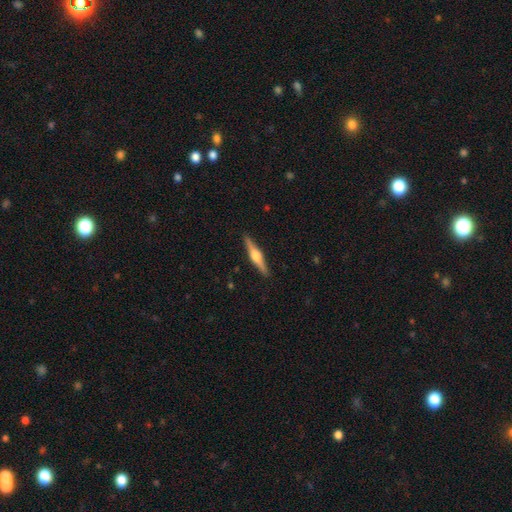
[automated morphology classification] Smooth or featured? featured or disk (70%)
Edge-on disk? yes (98%)
Edge-on bulge? rounded (89%)
Merging? none (91%)